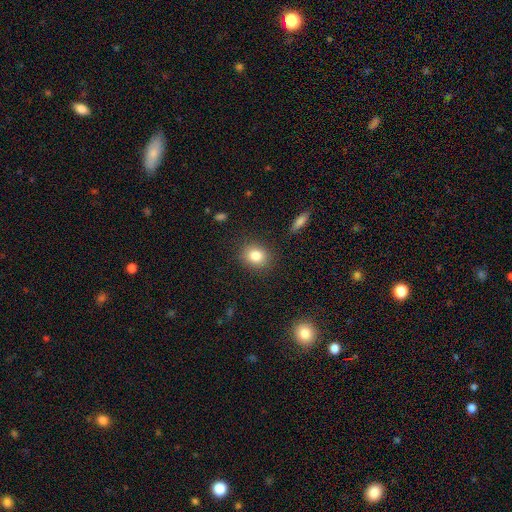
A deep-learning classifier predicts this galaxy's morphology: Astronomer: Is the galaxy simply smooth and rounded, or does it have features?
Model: smooth — 82%.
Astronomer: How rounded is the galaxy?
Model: round — 67%.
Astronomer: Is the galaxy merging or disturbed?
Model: none — 87%.